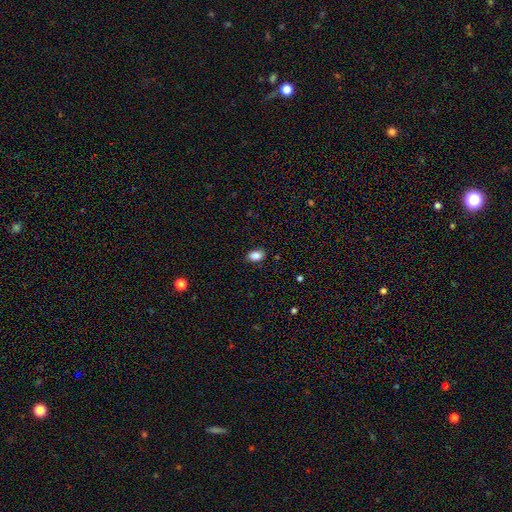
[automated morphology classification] smooth 86%, star or artifact 8%, featured or disk 5%. Down the decision tree: how rounded — in between (87%); merging — none (86%).